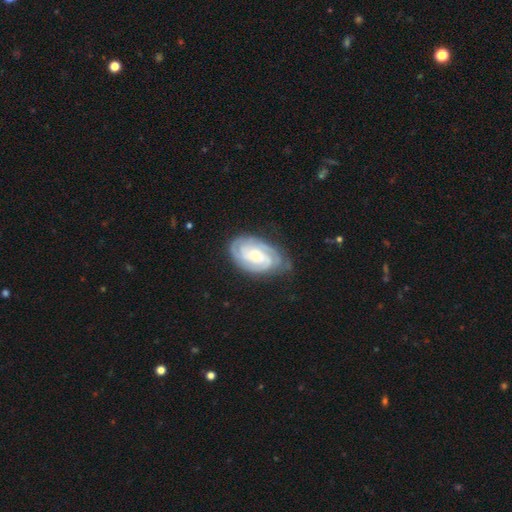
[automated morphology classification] This is clearly a featured or disk galaxy (86%). It is clearly not viewed edge-on (97%). Bar: likely no (62%). Spiral arm pattern: clearly yes (97%). Spiral arm count: marginally 2 (39%). Spiral winding: likely tight (73%). Central bulge: likely small (61%). Merging: likely none (71%).